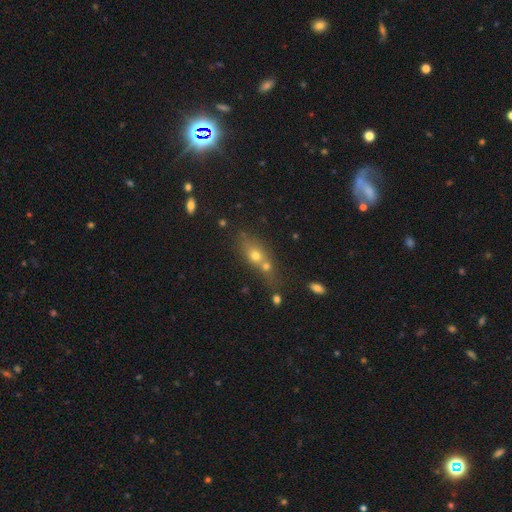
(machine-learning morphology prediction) Q: Smooth or featured?
A: smooth (61%); runner-up: featured or disk (24%)
Q: How rounded?
A: in between (52%); runner-up: round (31%)
Q: Merging?
A: merger (52%); runner-up: none (33%)